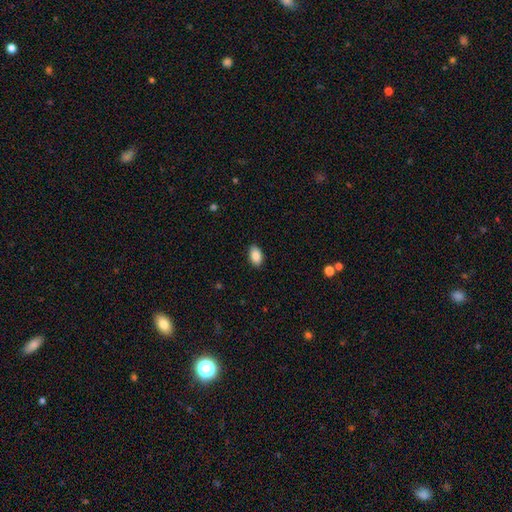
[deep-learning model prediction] smooth_or_featured: smooth (p=0.89) [alt: star or artifact p=0.07]
how_rounded: in between (p=0.92) [alt: round p=0.06]
merging: none (p=0.89) [alt: minor disturbance p=0.08]